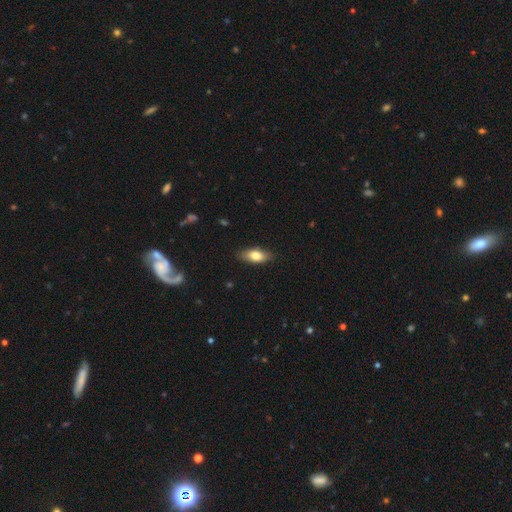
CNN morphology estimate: Smooth or featured: smooth — 76% (featured or disk — 17%)
How rounded: in between — 79% (cigar-shaped — 17%)
Merging: none — 85% (minor disturbance — 12%)